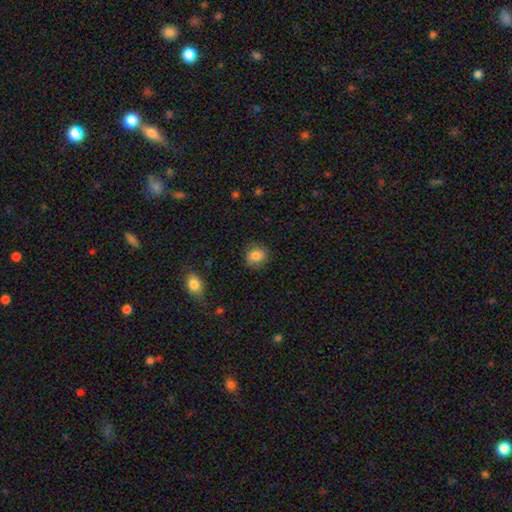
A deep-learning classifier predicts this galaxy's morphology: type=smooth (81%); roundness=round (67%); merging=none (81%).